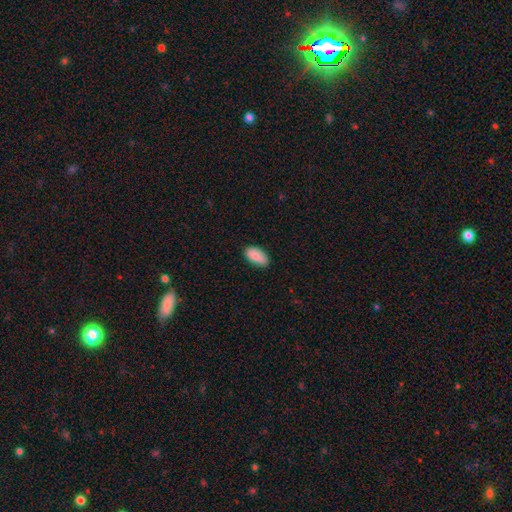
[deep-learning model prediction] Smooth or featured? smooth (87%)
How rounded? in between (94%)
Merging? none (78%)